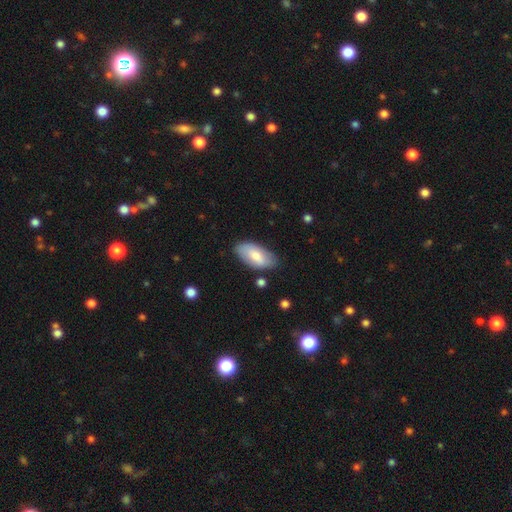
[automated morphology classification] Q: Smooth or featured?
A: smooth (72%); runner-up: featured or disk (22%)
Q: How rounded?
A: in between (94%); runner-up: cigar-shaped (4%)
Q: Merging?
A: none (80%); runner-up: minor disturbance (15%)